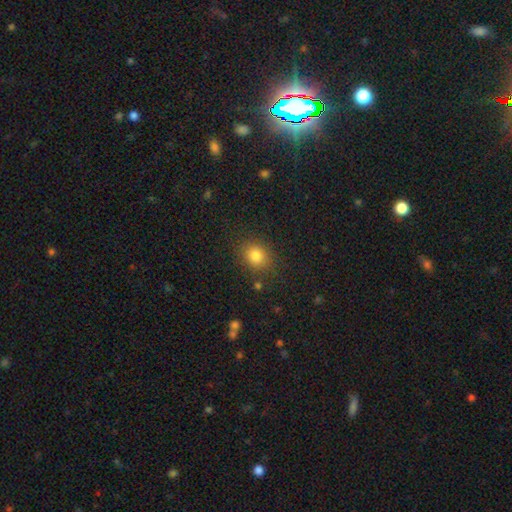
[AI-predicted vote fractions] smooth 81%, star or artifact 12%, featured or disk 6%. Down the decision tree: how rounded — round (68%); merging — none (84%).